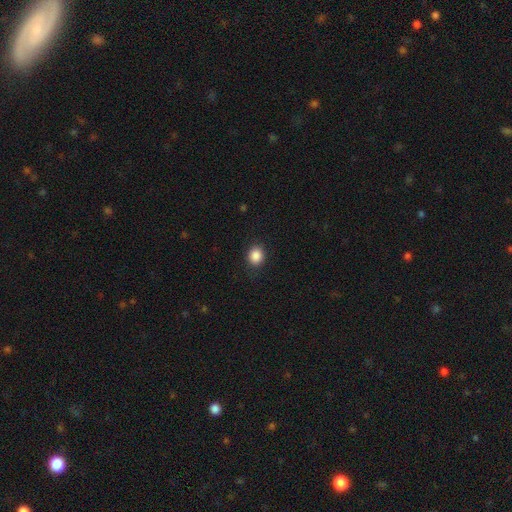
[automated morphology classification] smooth 88%, star or artifact 9%, featured or disk 3%. Down the decision tree: how rounded — round (74%); merging — none (88%).